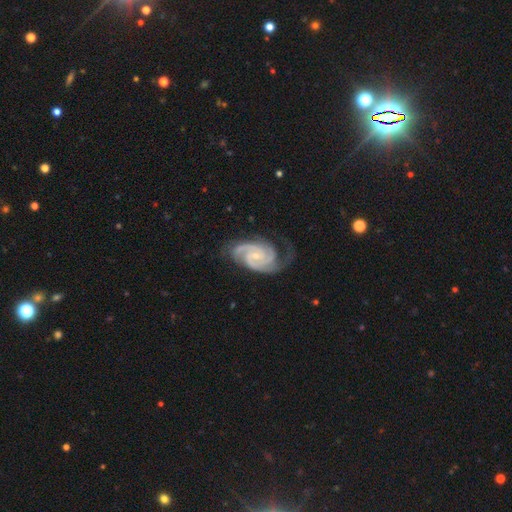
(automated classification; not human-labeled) smooth-or-featured: featured or disk: 93% | star or artifact: 4% | smooth: 3%
  disk-edge-on: no: 98% | yes: 2%
    bar: no: 58% | weak: 33% | strong: 10%
    has-spiral-arms: yes: 99% | no: 1%
      spiral-winding: tight: 60% | medium: 36% | loose: 4%
      spiral-arm-count: 2: 48% | 3: 36% | 4: 5% | can't tell: 5% | 1: 3% | more than 4: 3%
    bulge-size: small: 72% | moderate: 22% | none: 4% | large: 1% | dominant: 1%
  merging: none: 69% | minor disturbance: 21% | major disturbance: 9% | merger: 1%